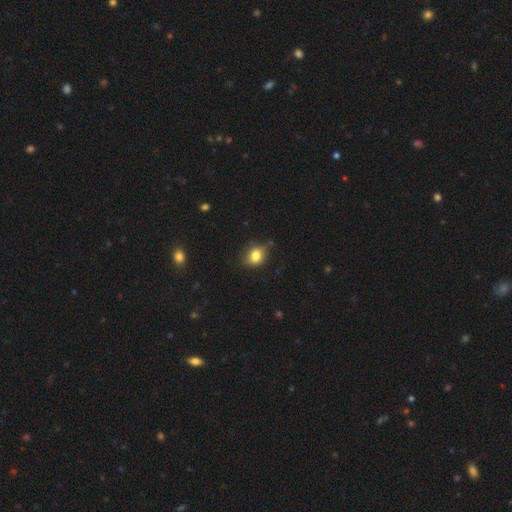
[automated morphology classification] Smooth or featured? smooth (83%)
How rounded? round (59%)
Merging? none (75%)